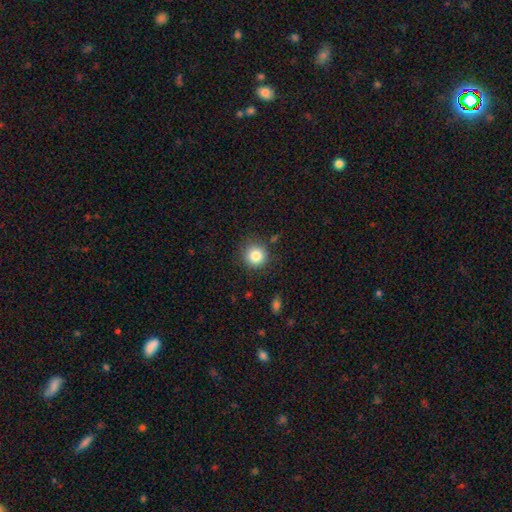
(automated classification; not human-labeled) A smooth galaxy with no disk features (84%) that is round (93%).

Vote fractions:
- Smooth or featured? smooth: 84% / star or artifact: 10% / featured or disk: 6%
- How rounded? round: 93% / in between: 6% / cigar-shaped: 1%
- Merging? none: 85% / minor disturbance: 10% / major disturbance: 3% / merger: 2%